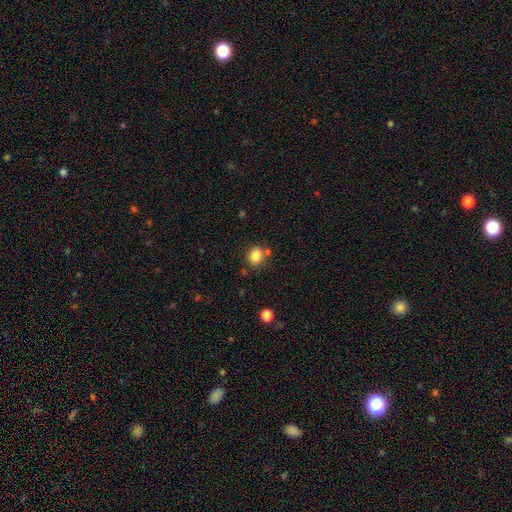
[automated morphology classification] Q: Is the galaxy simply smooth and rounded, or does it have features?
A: smooth — 84%.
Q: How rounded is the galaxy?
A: round — 76%.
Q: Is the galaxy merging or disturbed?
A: none — 74%.